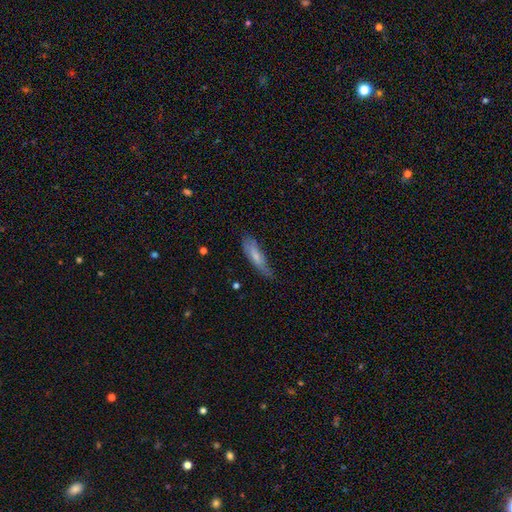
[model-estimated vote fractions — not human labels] Smooth or featured: smooth — 64% (featured or disk — 30%)
How rounded: cigar-shaped — 58% (in between — 40%)
Merging: none — 61% (minor disturbance — 30%)